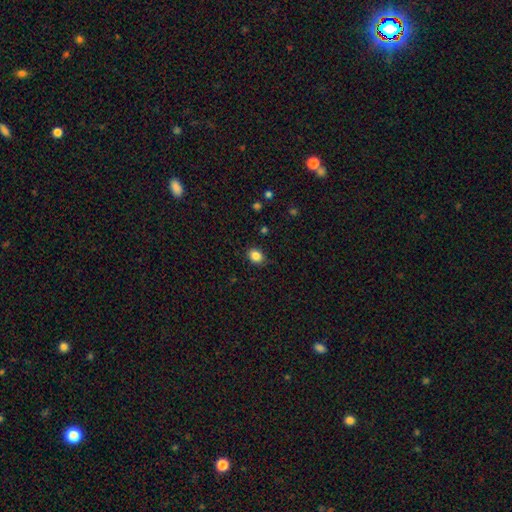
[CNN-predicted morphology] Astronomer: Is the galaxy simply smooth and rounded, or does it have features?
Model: smooth — 86%.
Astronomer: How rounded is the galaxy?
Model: round — 52% (runner-up: in between, 47%).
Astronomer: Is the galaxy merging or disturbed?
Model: none — 86%.